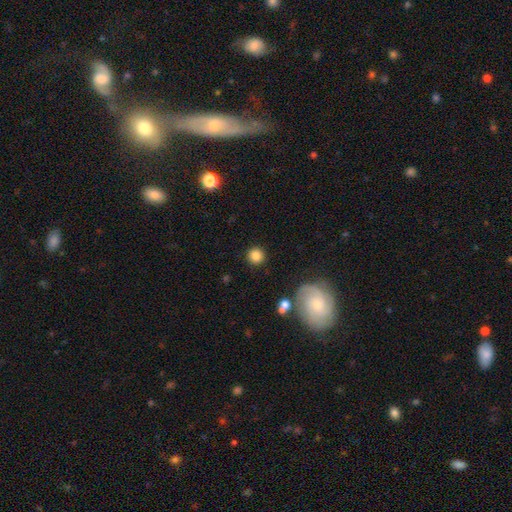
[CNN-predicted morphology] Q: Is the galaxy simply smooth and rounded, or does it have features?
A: smooth — 84%.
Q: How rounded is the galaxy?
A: round — 94%.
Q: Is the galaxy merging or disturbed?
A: none — 90%.